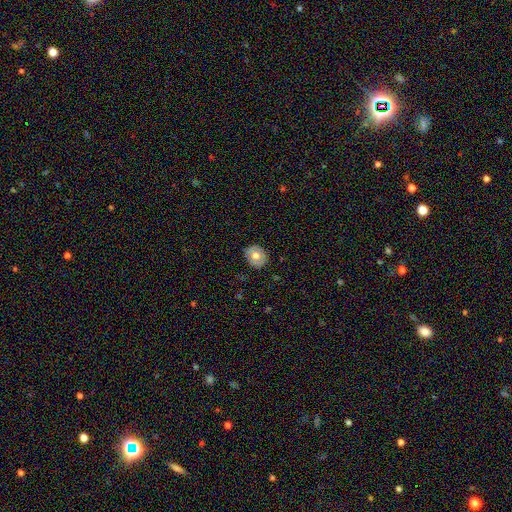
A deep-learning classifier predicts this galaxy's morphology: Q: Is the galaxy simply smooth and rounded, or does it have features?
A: smooth — 64%.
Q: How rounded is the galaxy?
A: round — 74%.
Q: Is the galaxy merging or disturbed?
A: none — 83%.